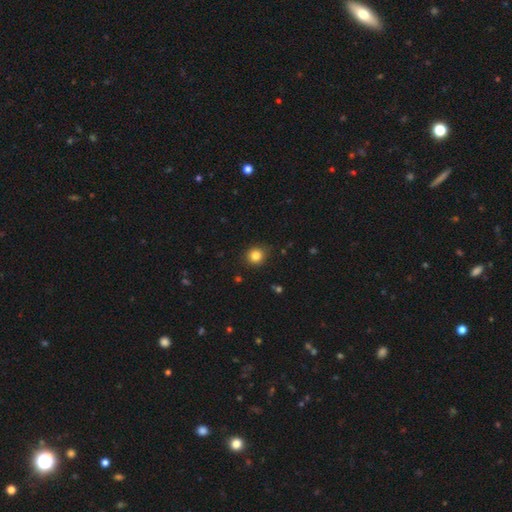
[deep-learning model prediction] This is clearly a smooth galaxy (83%). How rounded: clearly round (88%). Merging: clearly none (88%).